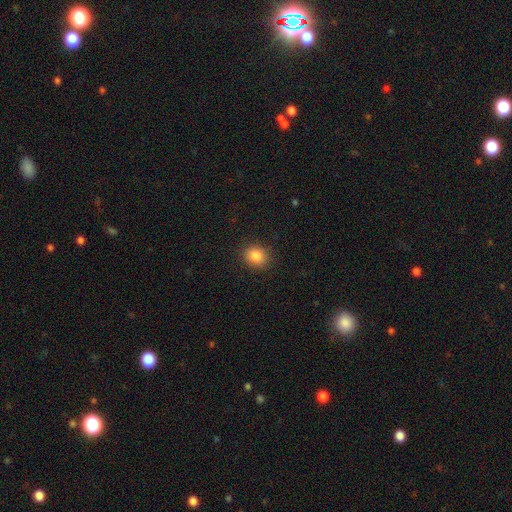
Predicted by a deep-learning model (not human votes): Q: Smooth or featured?
A: smooth (86%); runner-up: star or artifact (10%)
Q: How rounded?
A: round (61%); runner-up: in between (38%)
Q: Merging?
A: none (88%); runner-up: minor disturbance (9%)